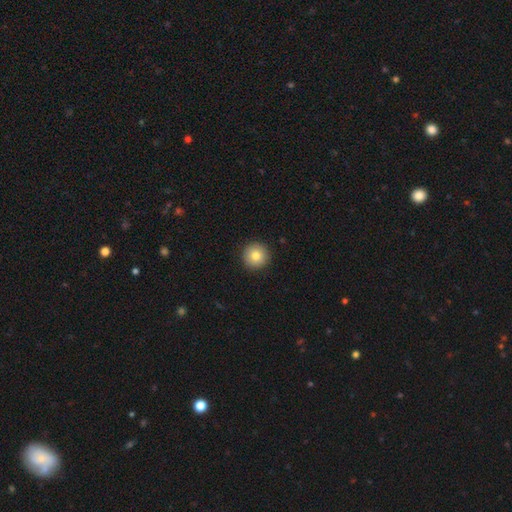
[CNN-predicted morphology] Smooth or featured? Predicted: smooth (p=0.81). How rounded? Predicted: round (p=0.96). Merging? Predicted: none (p=0.93).